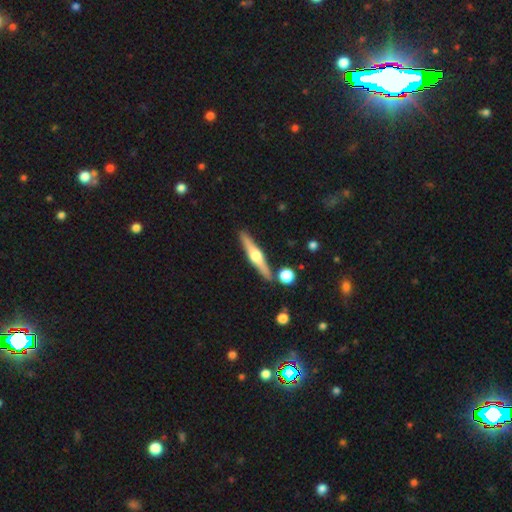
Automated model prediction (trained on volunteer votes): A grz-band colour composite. It shows a featured or disk galaxy (72%) viewed edge-on (97%) with a rounded central bulge (91%). Merging: none (86%).